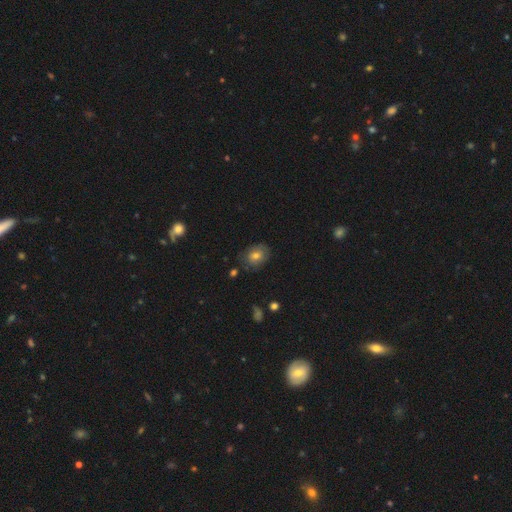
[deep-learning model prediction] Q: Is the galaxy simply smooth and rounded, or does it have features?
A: smooth — 66%.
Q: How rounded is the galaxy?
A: in between — 54%.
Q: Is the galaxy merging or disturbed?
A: none — 74%.